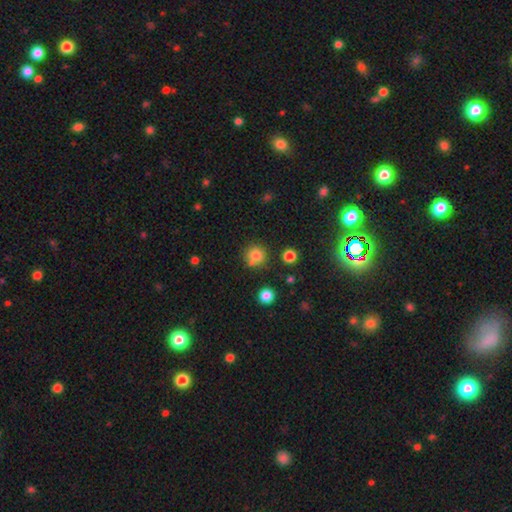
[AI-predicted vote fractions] Smooth or featured?
  - smooth: 79% *
  - star or artifact: 13%
  - featured or disk: 8%
How rounded?
  - round: 92% *
  - in between: 7%
  - cigar-shaped: 1%
Merging?
  - none: 74% *
  - merger: 12%
  - minor disturbance: 11%
  - major disturbance: 3%